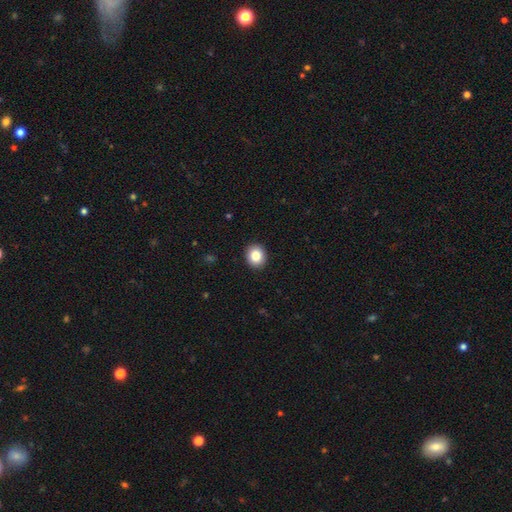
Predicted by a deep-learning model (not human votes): Overall: smooth (85%). How rounded: round (69%; in between 31%). Merging: none (91%).